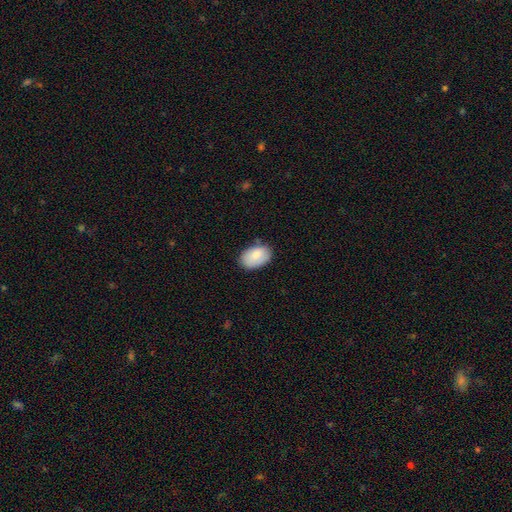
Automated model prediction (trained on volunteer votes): This is clearly a smooth galaxy (85%). How rounded: clearly in between (90%). Merging: likely none (77%).